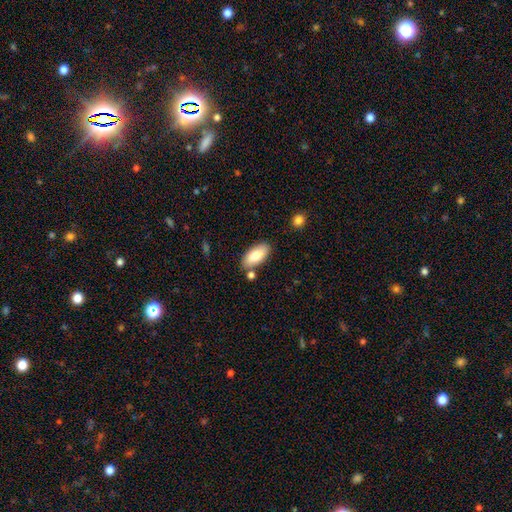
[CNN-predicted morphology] A smooth galaxy with no disk features (80%) that is in between round and cigar-shaped (88%). Merging: none (80%).